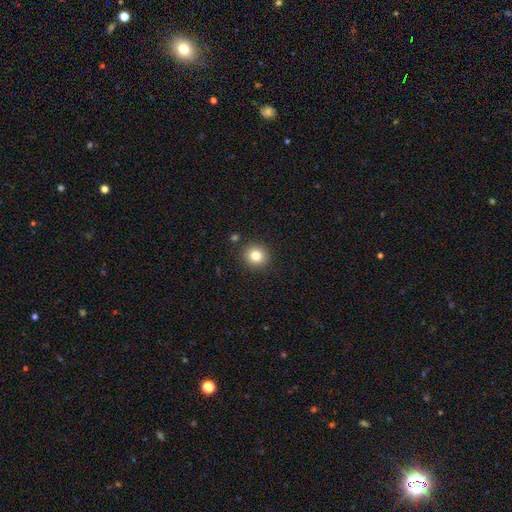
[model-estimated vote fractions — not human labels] This appears to be a smooth galaxy with no disk features (81%) that is round (89%). Merging: none (89%).